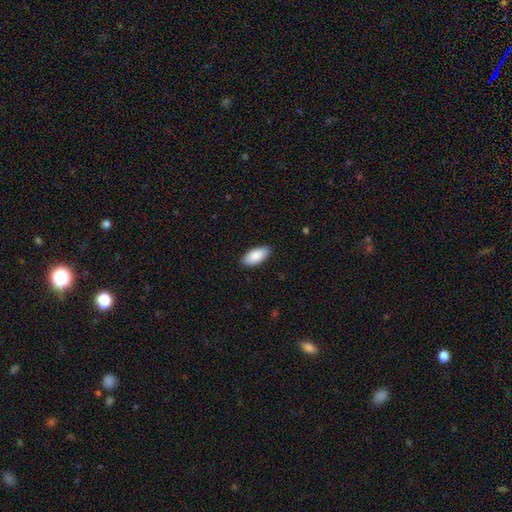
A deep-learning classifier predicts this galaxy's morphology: A smooth galaxy with no disk features (89%) that is in between round and cigar-shaped (91%). Merging: none (88%).